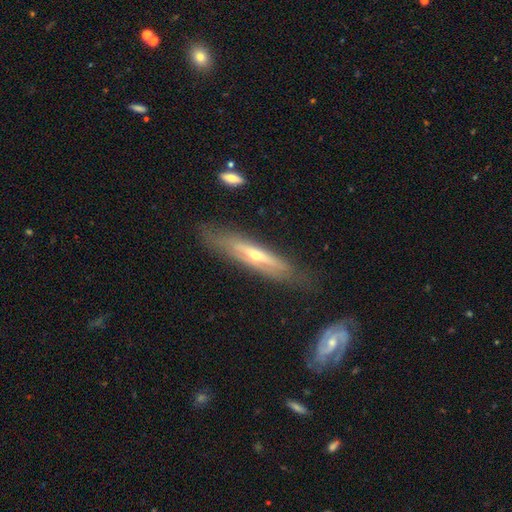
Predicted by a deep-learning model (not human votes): Q: Smooth or featured?
A: featured or disk (65%); runner-up: smooth (29%)
Q: Edge-on disk?
A: yes (74%); runner-up: no (26%)
Q: Merging?
A: none (73%); runner-up: minor disturbance (18%)